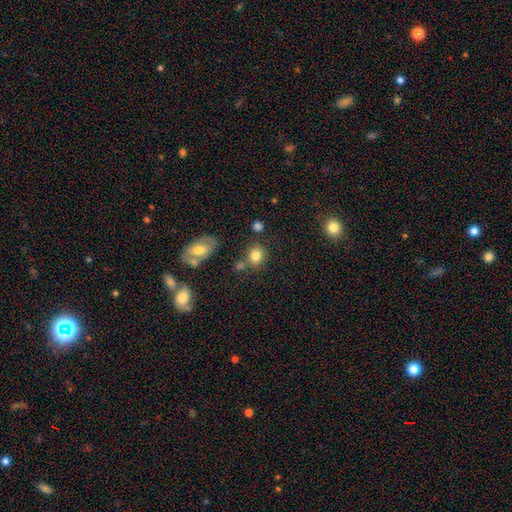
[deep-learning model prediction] Q: Smooth or featured?
A: smooth (81%); runner-up: star or artifact (11%)
Q: How rounded?
A: round (69%); runner-up: in between (30%)
Q: Merging?
A: none (70%); runner-up: minor disturbance (13%)